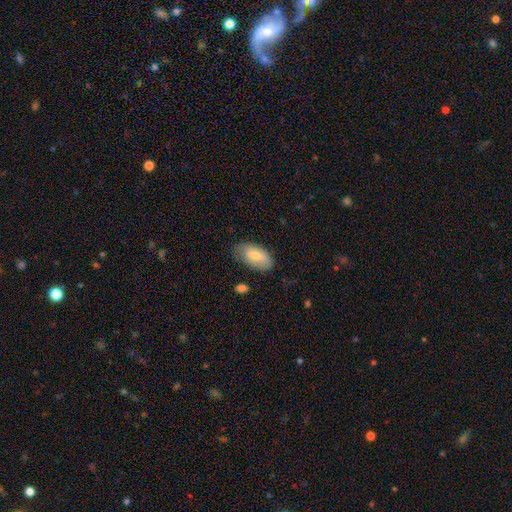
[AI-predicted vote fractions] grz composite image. It shows a smooth galaxy with no disk features (73%) that is in between round and cigar-shaped (94%). Merging: none (69%).